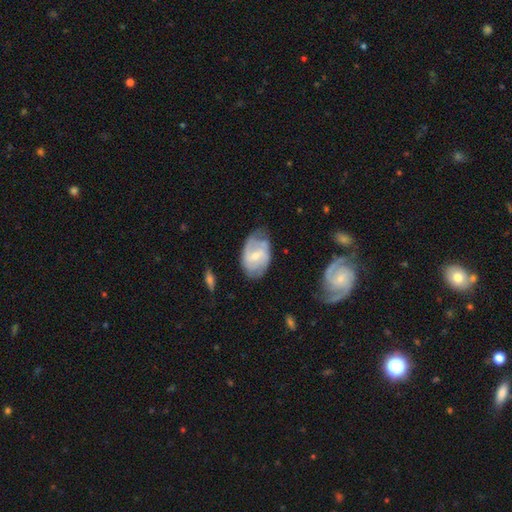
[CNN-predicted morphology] This is likely a featured or disk galaxy (71%). It is clearly not viewed edge-on (96%). Bar: possibly weak (56%). Spiral arm pattern: clearly yes (86%). Spiral arm count: possibly 2 (58%). Spiral winding: marginally medium (45%). Central bulge: possibly small (56%). Merging: possibly none (56%).